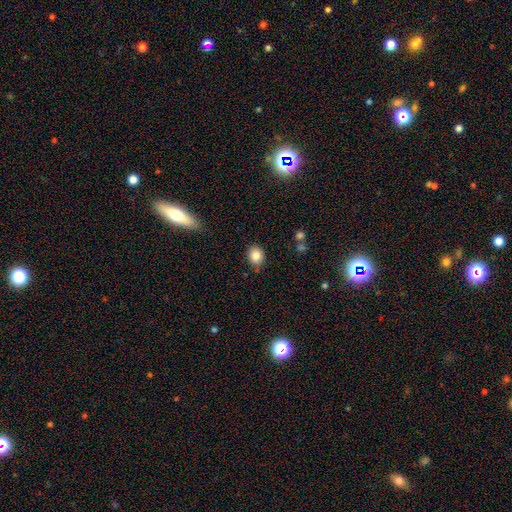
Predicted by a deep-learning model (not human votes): Smooth or featured? smooth (84%)
How rounded? round (60%)
Merging? none (81%)